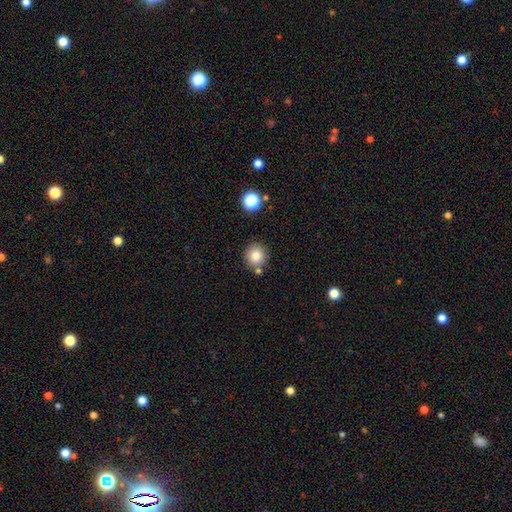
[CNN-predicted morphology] smooth 82%, star or artifact 11%, featured or disk 7%. Down the decision tree: how rounded — round (91%); merging — none (77%).